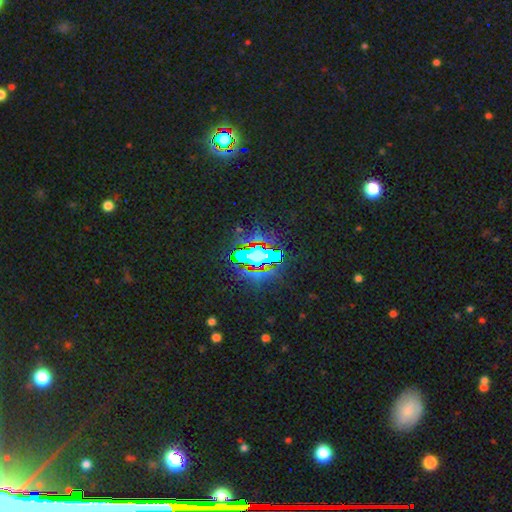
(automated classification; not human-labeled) Q: Smooth or featured?
A: star or artifact (66%); runner-up: smooth (19%)